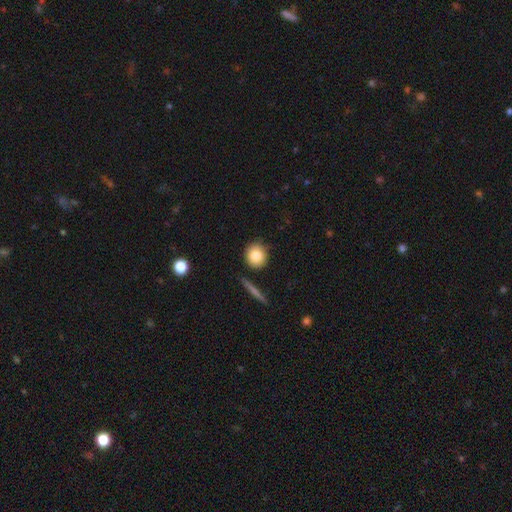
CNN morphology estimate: smooth-or-featured: smooth: 82% | featured or disk: 10% | star or artifact: 8%
  how-rounded: round: 85% | in between: 13% | cigar-shaped: 2%
  merging: none: 85% | minor disturbance: 9% | merger: 4% | major disturbance: 2%